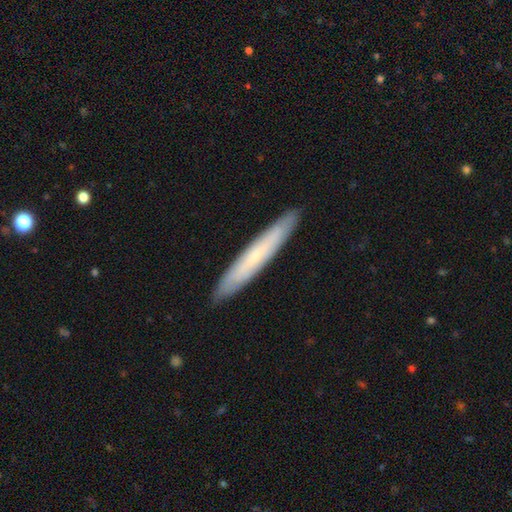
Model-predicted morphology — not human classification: A smooth galaxy with no disk features (52%) that is cigar-shaped (94%).

Vote fractions:
- Smooth or featured? smooth: 52% / featured or disk: 42% / star or artifact: 6%
- How rounded? cigar-shaped: 94% / in between: 4% / round: 1%
- Merging? none: 91% / minor disturbance: 7% / major disturbance: 1% / merger: 1%